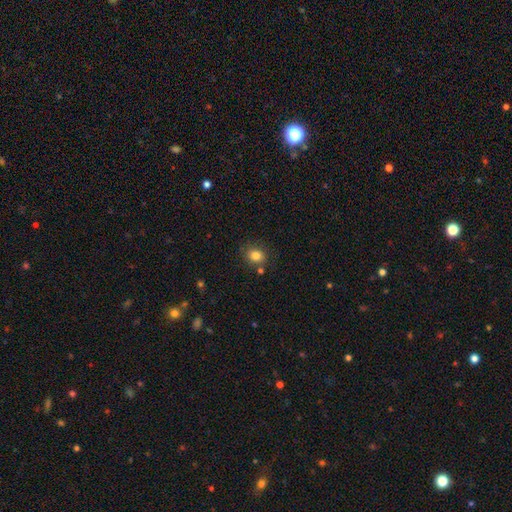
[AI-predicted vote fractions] A smooth galaxy with no disk features (83%) that is round (63%). Merging: none (77%).